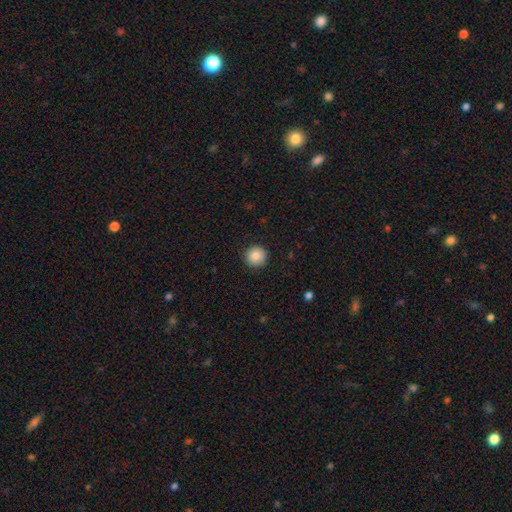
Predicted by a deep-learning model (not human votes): Smooth or featured: smooth — 85% (star or artifact — 9%)
How rounded: round — 96% (in between — 3%)
Merging: none — 92% (minor disturbance — 6%)